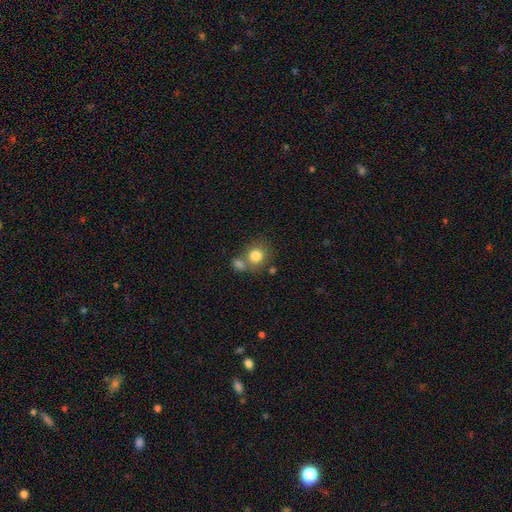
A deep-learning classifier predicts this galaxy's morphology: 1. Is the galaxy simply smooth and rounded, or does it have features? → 81% smooth, 10% star or artifact, 9% featured or disk.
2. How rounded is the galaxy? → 83% round, 16% in between, 1% cigar-shaped.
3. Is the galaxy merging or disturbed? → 55% none, 29% merger, 11% minor disturbance, 5% major disturbance.